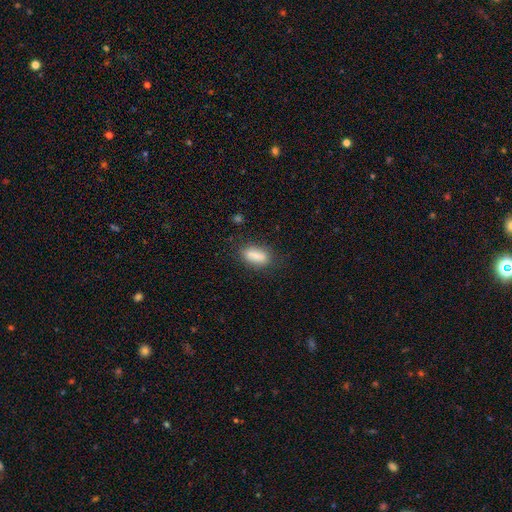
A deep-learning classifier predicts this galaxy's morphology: smooth 82%, featured or disk 10%, star or artifact 8%. Down the decision tree: how rounded — in between (77%); merging — none (75%).